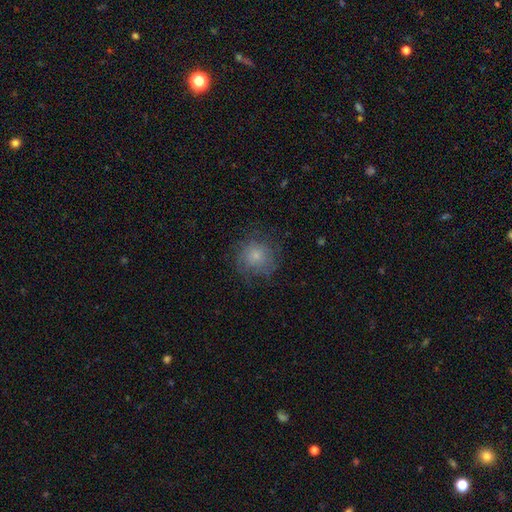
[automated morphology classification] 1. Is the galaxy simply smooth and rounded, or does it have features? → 68% smooth, 22% featured or disk, 10% star or artifact.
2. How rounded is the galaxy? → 90% round, 9% in between, 1% cigar-shaped.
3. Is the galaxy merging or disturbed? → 70% none, 18% minor disturbance, 11% major disturbance, 1% merger.